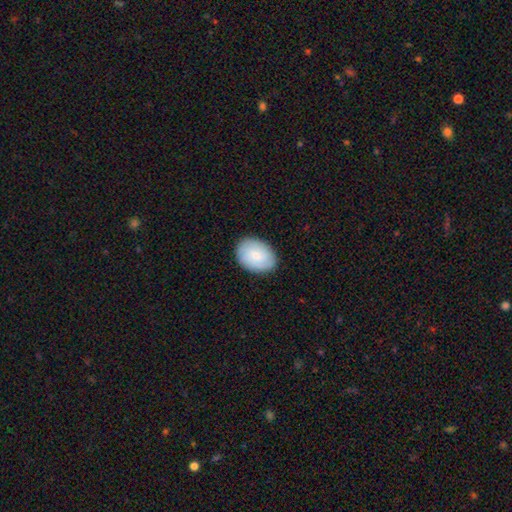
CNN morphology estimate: A smooth galaxy with no disk features (70%) that is in between round and cigar-shaped (78%). Merging: none (86%).